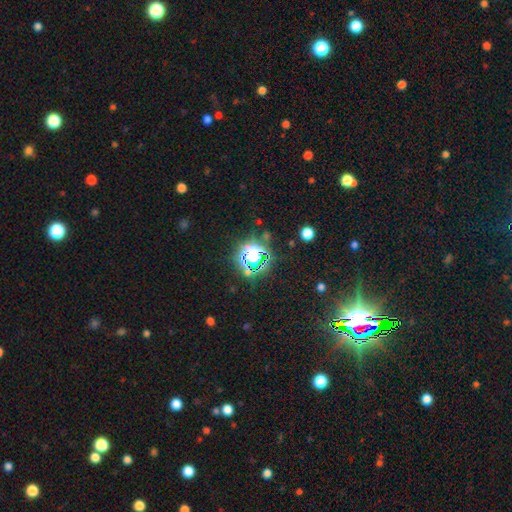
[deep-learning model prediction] This is likely a star or artifact rather than a galaxy (65%).